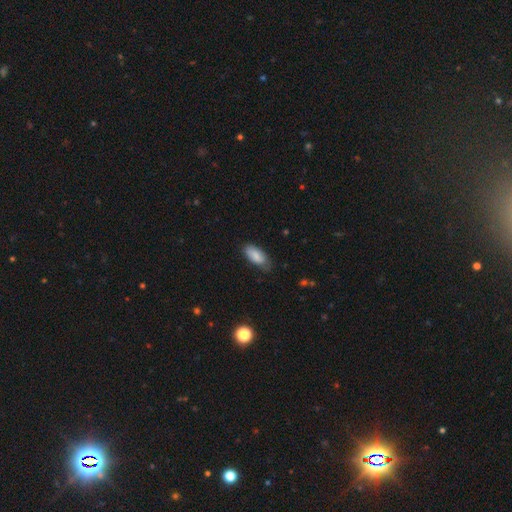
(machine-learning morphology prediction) Smooth or featured? Predicted: smooth (p=0.84). How rounded? Predicted: in between (p=0.88). Merging? Predicted: none (p=0.67).